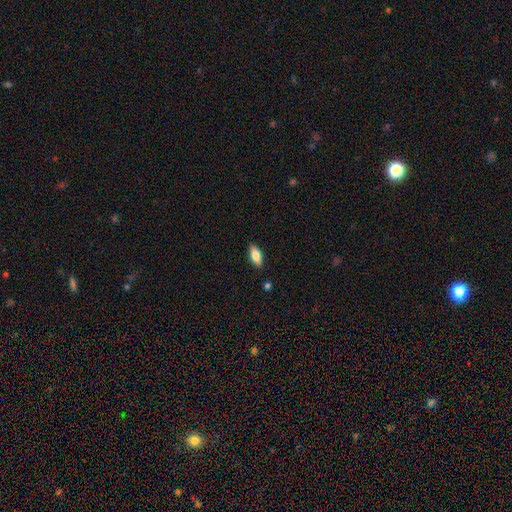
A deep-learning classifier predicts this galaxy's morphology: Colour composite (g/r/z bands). It shows a smooth galaxy with no disk features (69%) that is in between round and cigar-shaped (78%). Merging: none (87%).